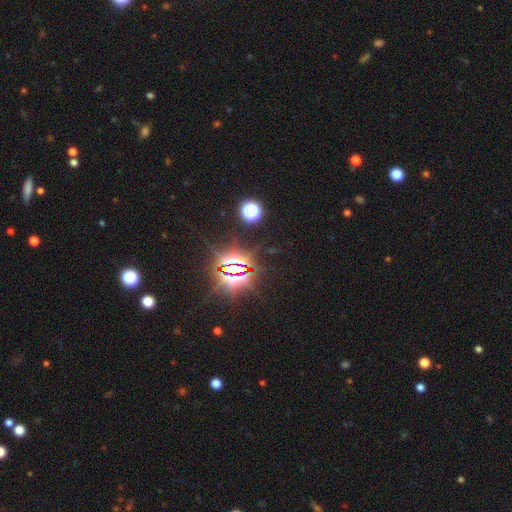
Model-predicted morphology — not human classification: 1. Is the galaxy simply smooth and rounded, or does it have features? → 85% star or artifact, 10% smooth, 6% featured or disk.